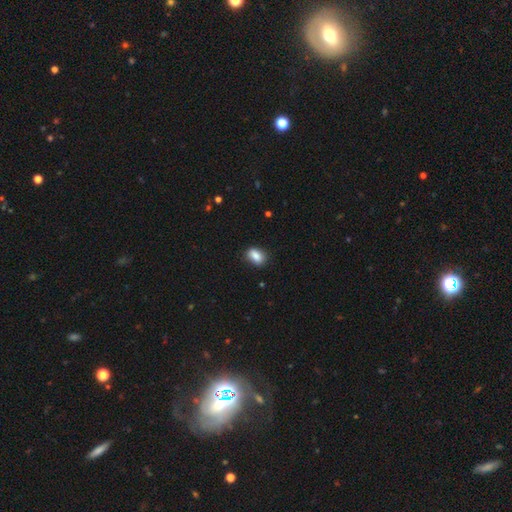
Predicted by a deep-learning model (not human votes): A smooth galaxy with no disk features (86%) that is in between round and cigar-shaped (82%). Merging: none (80%).